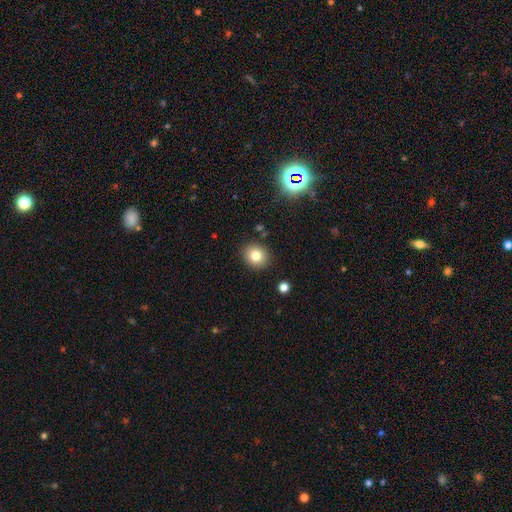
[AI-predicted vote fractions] This appears to be a smooth galaxy with no disk features (80%) that is round (73%). Merging: none (88%).